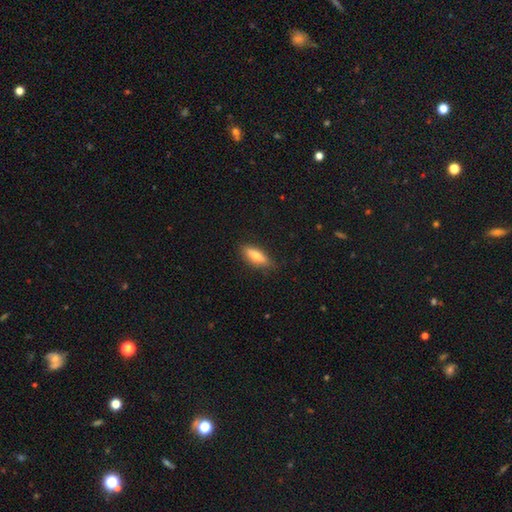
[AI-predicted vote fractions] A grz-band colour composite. It shows a smooth galaxy with no disk features (66%) that is in between round and cigar-shaped (49%). Merging: none (84%).